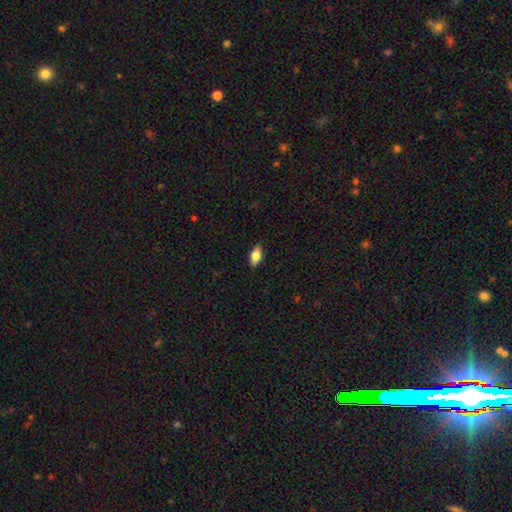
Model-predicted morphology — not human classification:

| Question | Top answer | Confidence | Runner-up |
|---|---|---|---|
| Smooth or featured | smooth | 78% | featured or disk (15%) |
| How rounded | in between | 88% | cigar-shaped (8%) |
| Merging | none | 88% | minor disturbance (9%) |